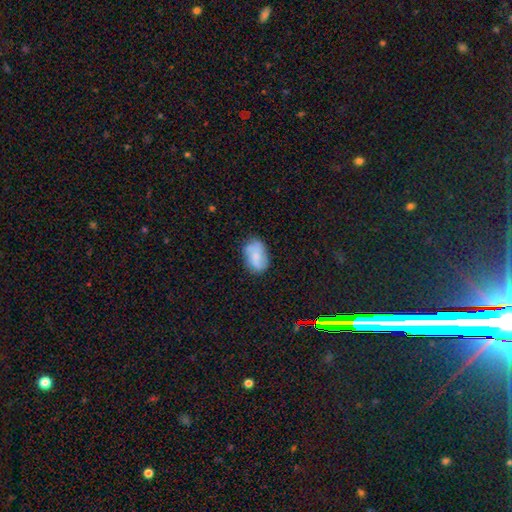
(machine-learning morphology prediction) This is possibly a smooth galaxy (60%). How rounded: clearly in between (86%). Merging: likely none (64%).